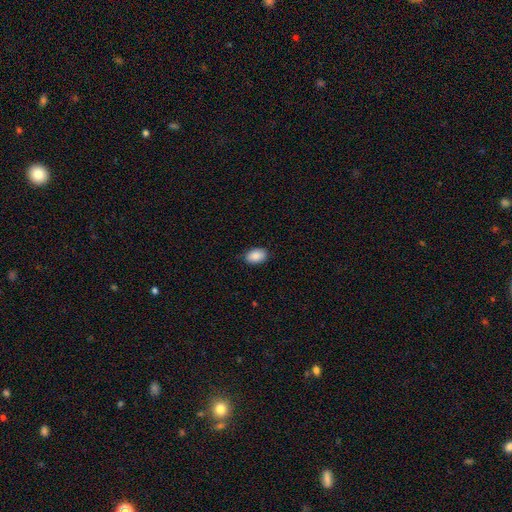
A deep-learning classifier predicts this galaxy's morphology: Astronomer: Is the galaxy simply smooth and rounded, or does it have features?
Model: smooth — 88%.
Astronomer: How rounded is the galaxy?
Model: in between — 88%.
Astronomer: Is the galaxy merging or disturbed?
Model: none — 84%.